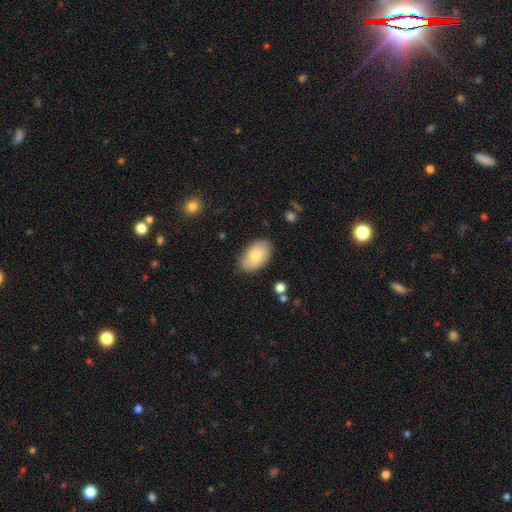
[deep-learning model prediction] Overall: smooth (78%). How rounded: in between (93%). Merging: none (81%).